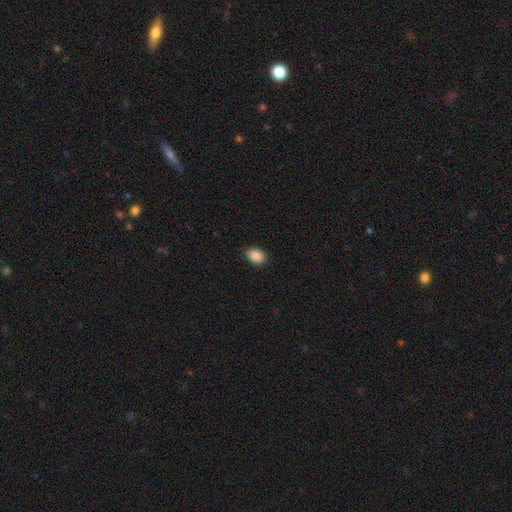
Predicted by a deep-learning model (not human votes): smooth_or_featured: smooth (p=0.89) [alt: star or artifact p=0.08]
how_rounded: in between (p=0.80) [alt: round p=0.19]
merging: none (p=0.89) [alt: minor disturbance p=0.08]